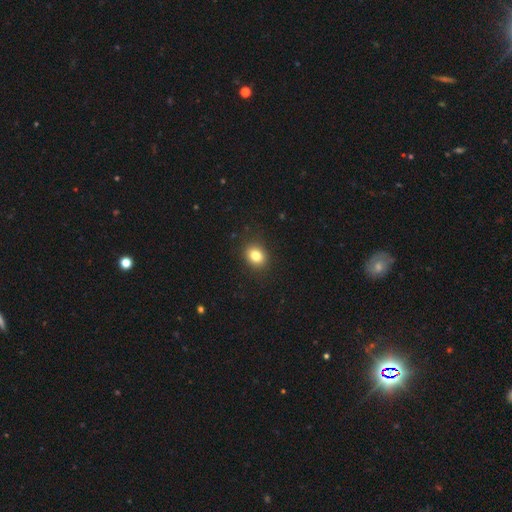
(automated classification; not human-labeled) smooth 82%, star or artifact 11%, featured or disk 7%. Down the decision tree: how rounded — round (55%); merging — none (88%).